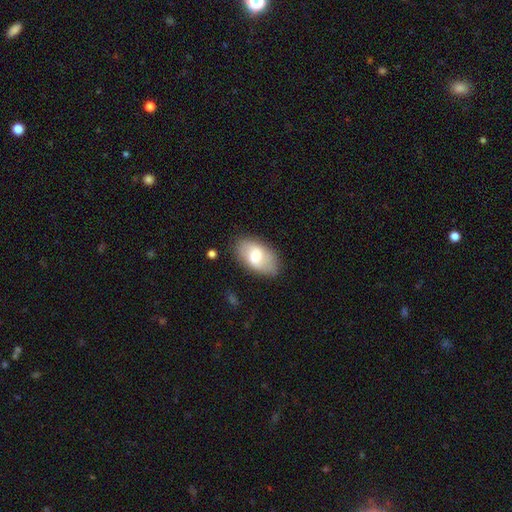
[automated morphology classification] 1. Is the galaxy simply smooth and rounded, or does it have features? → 64% smooth, 29% featured or disk, 6% star or artifact.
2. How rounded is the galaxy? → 94% in between, 5% round, 2% cigar-shaped.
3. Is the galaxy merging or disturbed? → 79% none, 15% minor disturbance, 4% major disturbance, 2% merger.